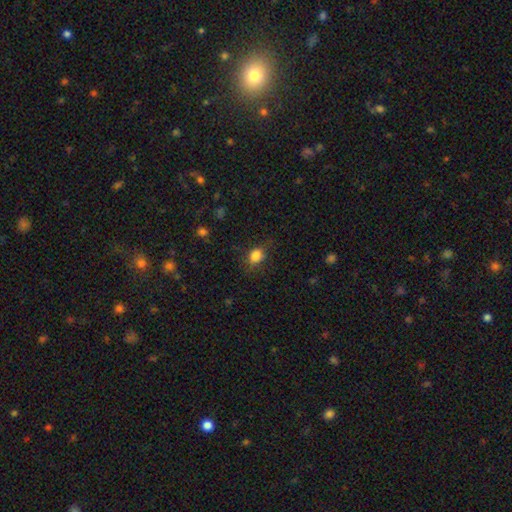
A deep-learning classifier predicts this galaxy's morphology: type=smooth (83%); roundness=round (53%); merging=none (67%).